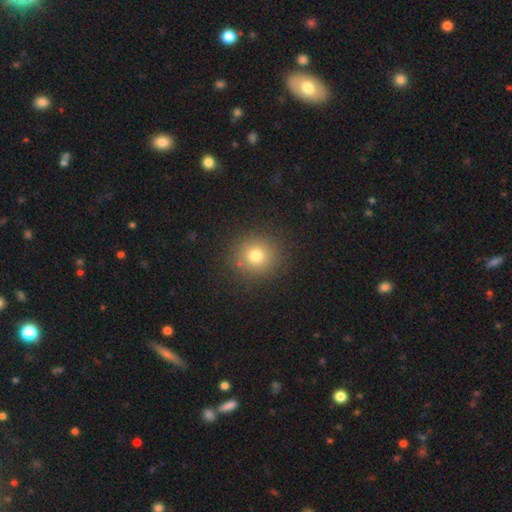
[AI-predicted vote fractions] Smooth or featured? Predicted: smooth (p=0.76). How rounded? Predicted: round (p=0.90). Merging? Predicted: none (p=0.88).